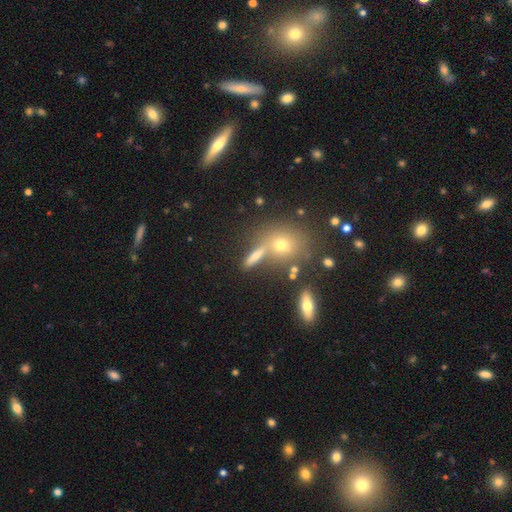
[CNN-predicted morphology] smooth_or_featured: smooth (p=0.63) [alt: featured or disk p=0.20]
how_rounded: cigar-shaped (p=0.39) [alt: round p=0.31]
merging: none (p=0.66) [alt: merger p=0.17]